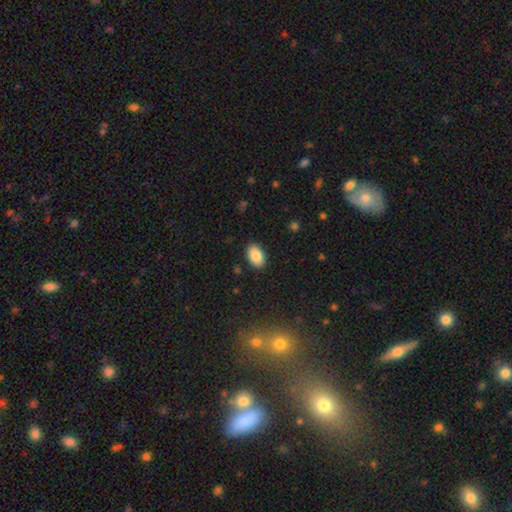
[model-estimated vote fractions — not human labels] Q: Smooth or featured?
A: smooth (87%); runner-up: star or artifact (7%)
Q: How rounded?
A: in between (92%); runner-up: round (6%)
Q: Merging?
A: none (88%); runner-up: minor disturbance (8%)